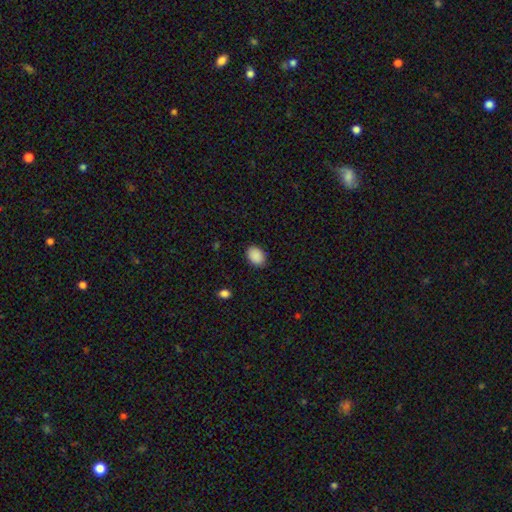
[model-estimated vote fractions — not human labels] Smooth or featured? Predicted: smooth (p=0.90). How rounded? Predicted: in between (p=0.76). Merging? Predicted: none (p=0.87).